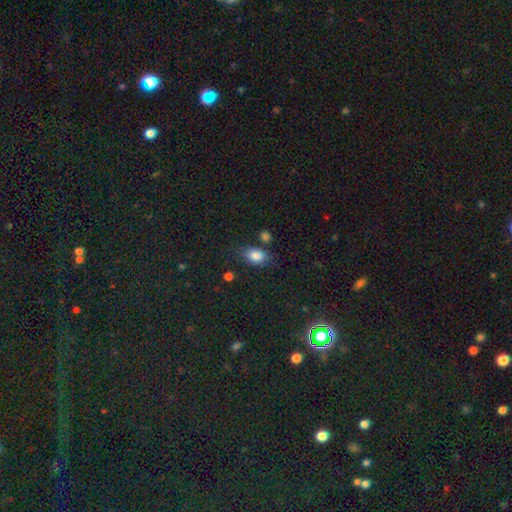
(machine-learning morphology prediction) Smooth or featured? smooth (84%)
How rounded? in between (78%)
Merging? none (72%)